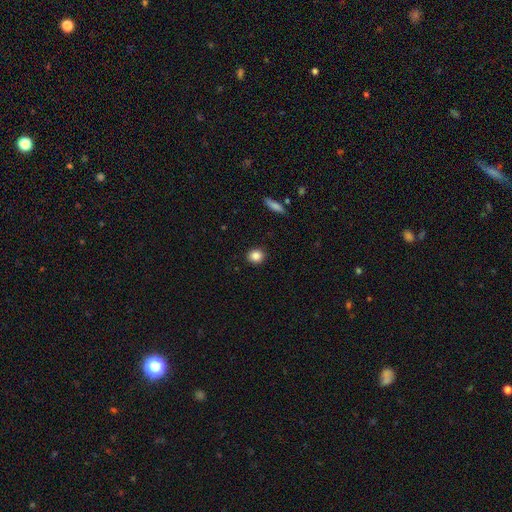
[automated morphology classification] The model was most divided on "how rounded": round: 77%, in between: 22%, cigar-shaped: 1%. More confident: merging — none (91%); smooth or featured — smooth (86%).